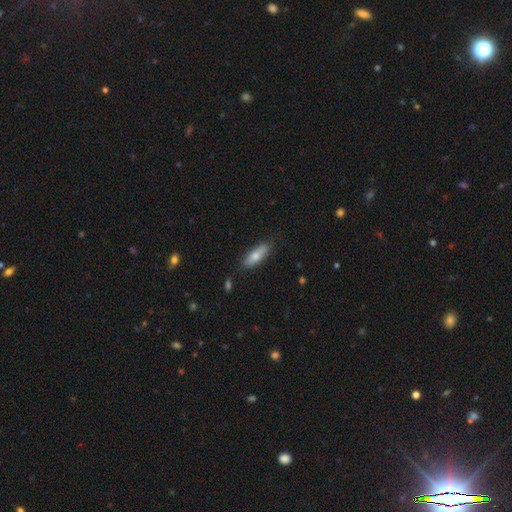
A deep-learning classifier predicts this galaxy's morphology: smooth 76%, featured or disk 18%, star or artifact 6%. Down the decision tree: how rounded — in between (60%); merging — none (80%).